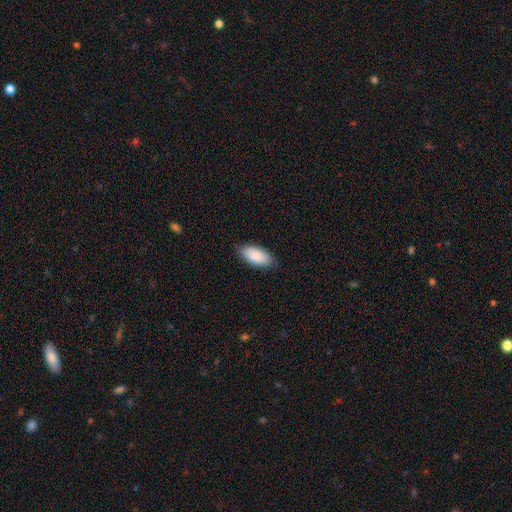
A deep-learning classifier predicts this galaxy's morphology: This is clearly a smooth galaxy (87%). How rounded: clearly in between (92%). Merging: clearly none (83%).